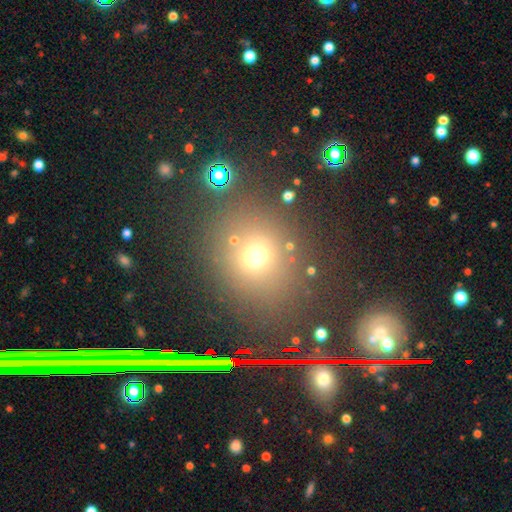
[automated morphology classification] Smooth or featured? smooth (65%)
How rounded? round (80%)
Merging? none (76%)